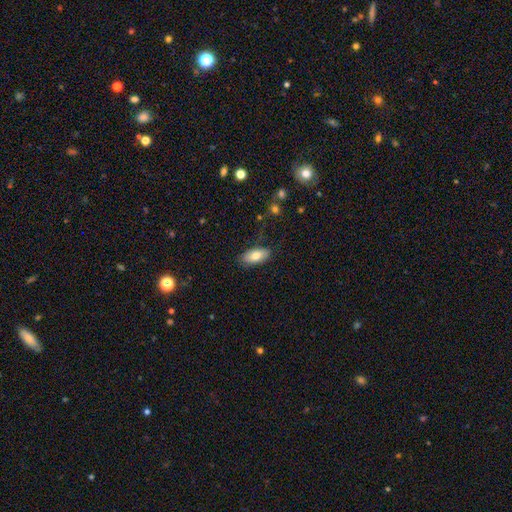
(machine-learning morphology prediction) Smooth or featured?
  - smooth: 77% *
  - featured or disk: 16%
  - star or artifact: 7%
How rounded?
  - in between: 91% *
  - cigar-shaped: 7%
  - round: 3%
Merging?
  - none: 83% *
  - minor disturbance: 13%
  - major disturbance: 3%
  - merger: 1%